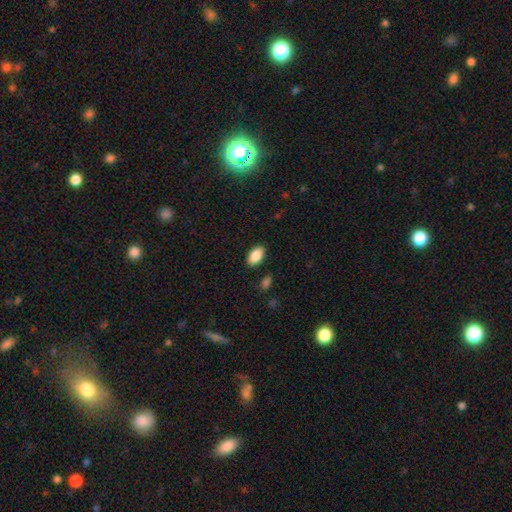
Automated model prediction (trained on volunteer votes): Overall: smooth (88%). How rounded: in between (94%). Merging: none (87%).